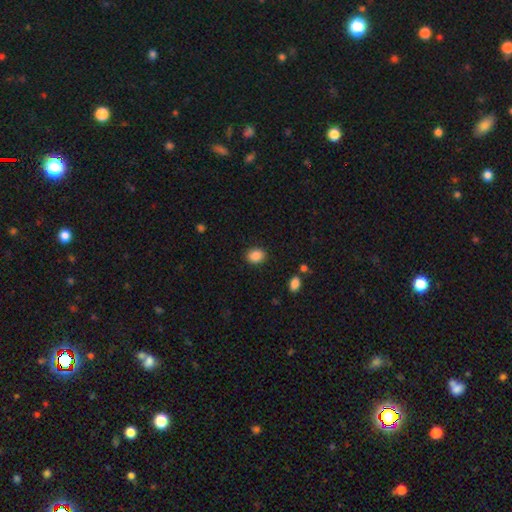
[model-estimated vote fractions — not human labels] The model was most divided on "how rounded": in between: 50%, round: 49%, cigar-shaped: 1%. More confident: merging — none (88%); smooth or featured — smooth (88%).